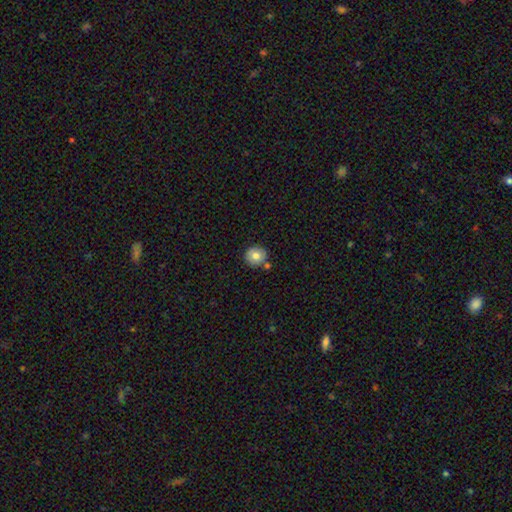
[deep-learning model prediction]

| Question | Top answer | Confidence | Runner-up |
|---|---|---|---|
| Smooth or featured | smooth | 77% | featured or disk (14%) |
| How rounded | round | 91% | in between (8%) |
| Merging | none | 79% | minor disturbance (10%) |